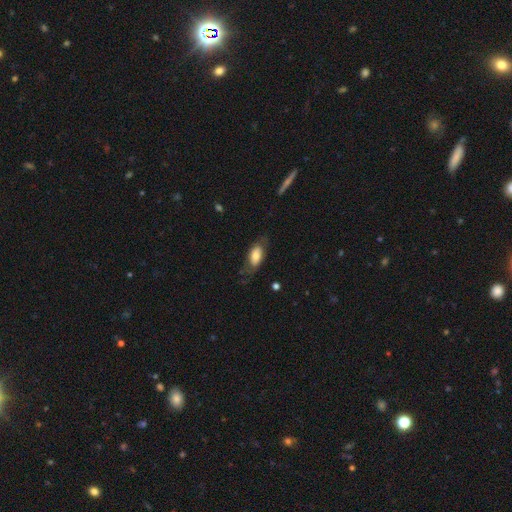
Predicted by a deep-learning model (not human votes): Smooth or featured?
  - smooth: 66% *
  - featured or disk: 27%
  - star or artifact: 7%
How rounded?
  - in between: 88% *
  - cigar-shaped: 8%
  - round: 4%
Merging?
  - none: 62% *
  - minor disturbance: 23%
  - major disturbance: 13%
  - merger: 2%